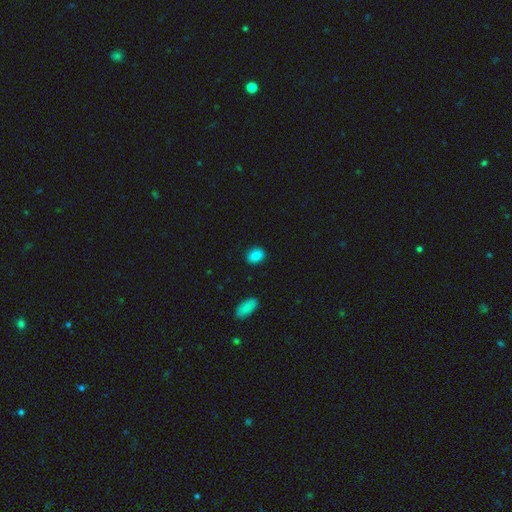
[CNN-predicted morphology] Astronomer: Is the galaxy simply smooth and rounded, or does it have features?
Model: smooth — 88%.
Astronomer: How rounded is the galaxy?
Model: in between — 60% (runner-up: round, 38%).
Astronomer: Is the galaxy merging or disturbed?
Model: none — 86%.